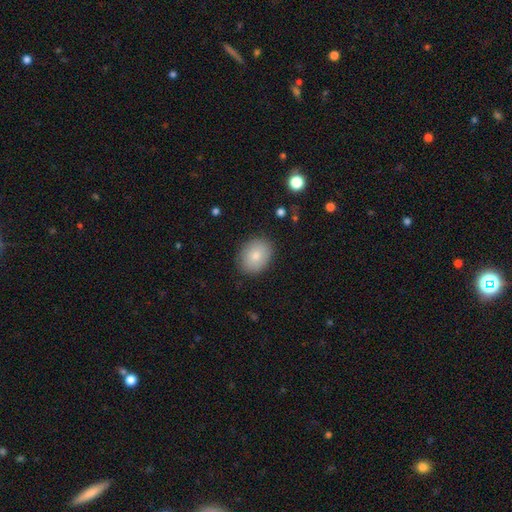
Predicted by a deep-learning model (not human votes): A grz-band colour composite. It shows a smooth galaxy with no disk features (82%) that is in between round and cigar-shaped (63%). Merging: none (86%).